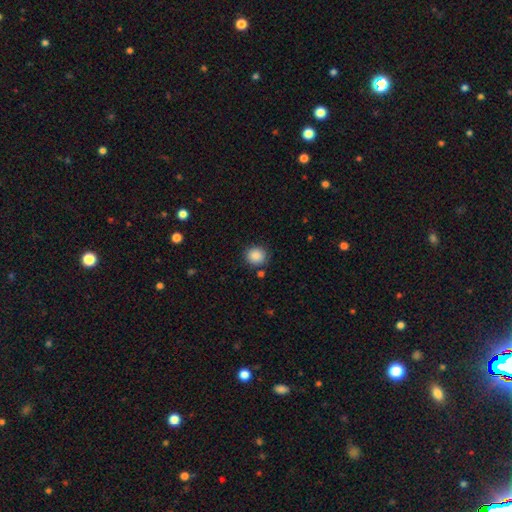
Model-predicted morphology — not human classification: This appears to be a smooth galaxy with no disk features (88%) that is round (86%). Merging: none (83%).